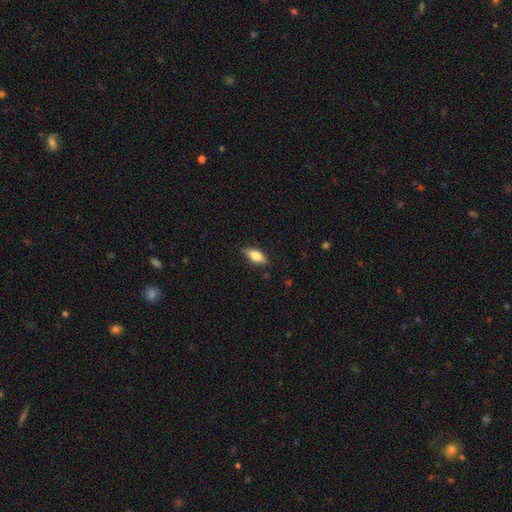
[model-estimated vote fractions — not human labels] This is likely a smooth galaxy (73%). How rounded: likely in between (80%). Merging: clearly none (82%).